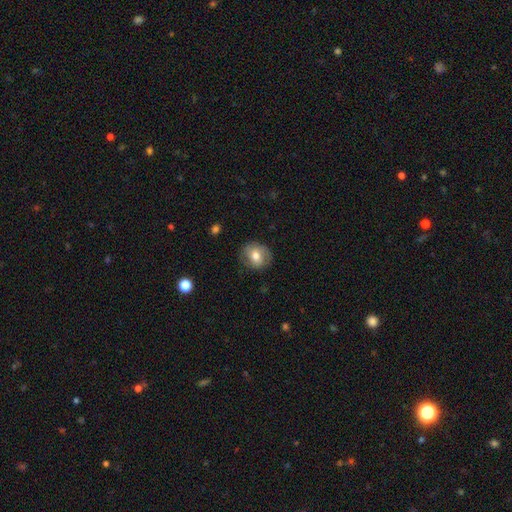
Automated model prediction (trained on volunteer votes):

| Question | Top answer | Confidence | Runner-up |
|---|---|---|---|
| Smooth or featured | smooth | 65% | featured or disk (27%) |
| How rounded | round | 72% | in between (27%) |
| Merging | none | 79% | minor disturbance (15%) |